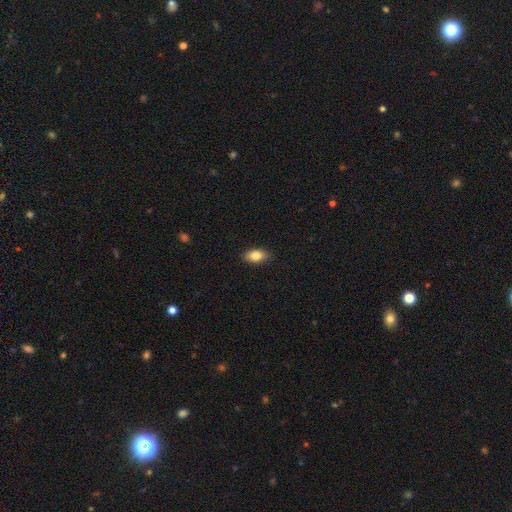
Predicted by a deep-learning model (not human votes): Smooth or featured: smooth — 84% (featured or disk — 8%)
How rounded: in between — 89% (round — 9%)
Merging: none — 88% (minor disturbance — 9%)